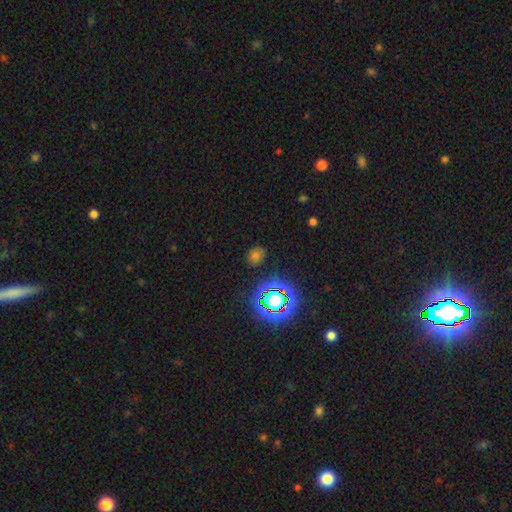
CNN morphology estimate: smooth 56%, star or artifact 34%, featured or disk 9%. Down the decision tree: how rounded — round (60%); merging — none (84%).